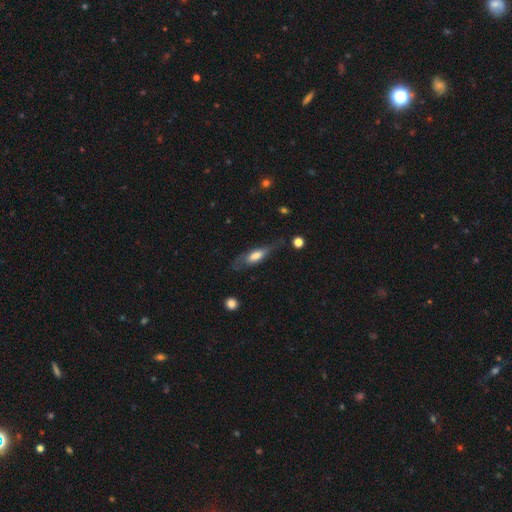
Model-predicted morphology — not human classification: This is possibly a smooth galaxy (51%). How rounded: possibly in between (51%). Merging: likely none (63%).